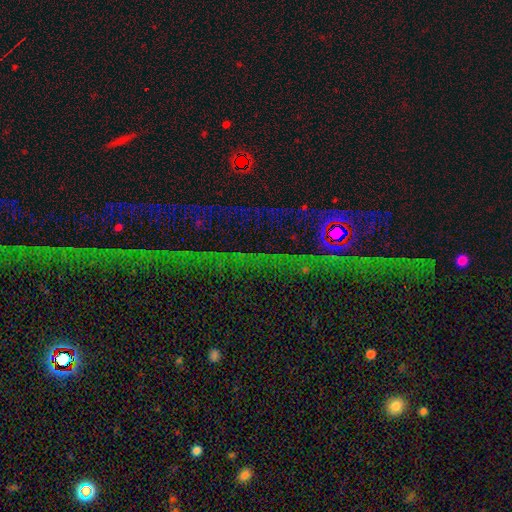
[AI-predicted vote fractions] A star or artifact, not a galaxy (80%).